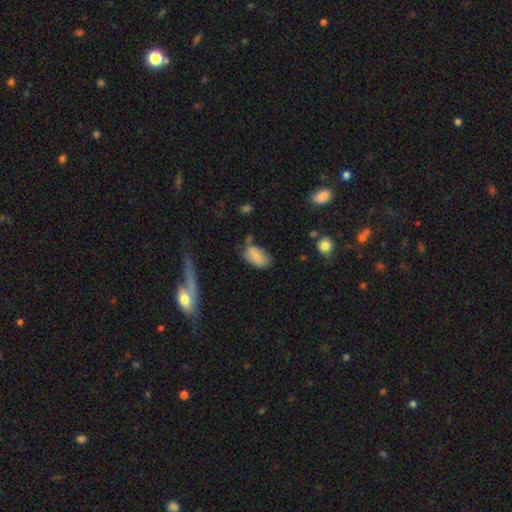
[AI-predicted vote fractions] Smooth or featured? Predicted: smooth (p=0.80). How rounded? Predicted: in between (p=0.93). Merging? Predicted: none (p=0.54).